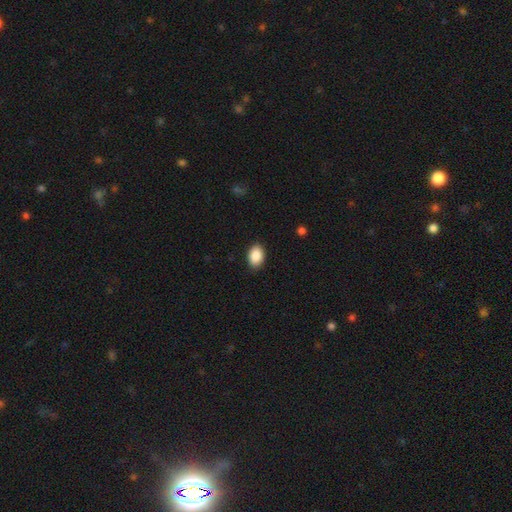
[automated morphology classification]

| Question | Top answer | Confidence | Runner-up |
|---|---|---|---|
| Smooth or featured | smooth | 89% | star or artifact (7%) |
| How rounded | in between | 85% | round (14%) |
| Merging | none | 89% | minor disturbance (8%) |